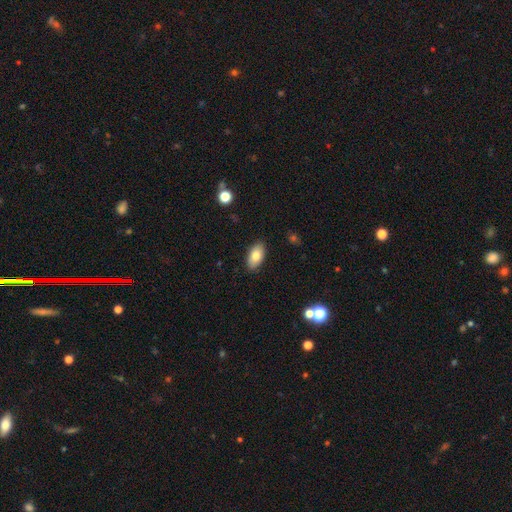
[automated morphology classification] A smooth galaxy with no disk features (80%) that is in between round and cigar-shaped (93%).

Vote fractions:
- Smooth or featured? smooth: 80% / featured or disk: 13% / star or artifact: 7%
- How rounded? in between: 93% / round: 4% / cigar-shaped: 3%
- Merging? none: 88% / minor disturbance: 9% / major disturbance: 2% / merger: 1%